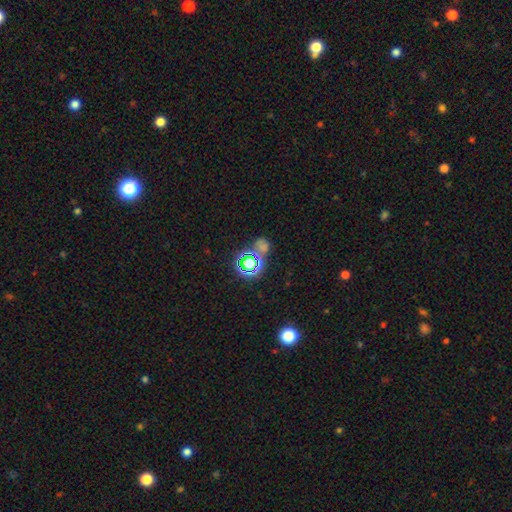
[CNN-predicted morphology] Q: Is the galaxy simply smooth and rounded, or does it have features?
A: star or artifact — 65%.